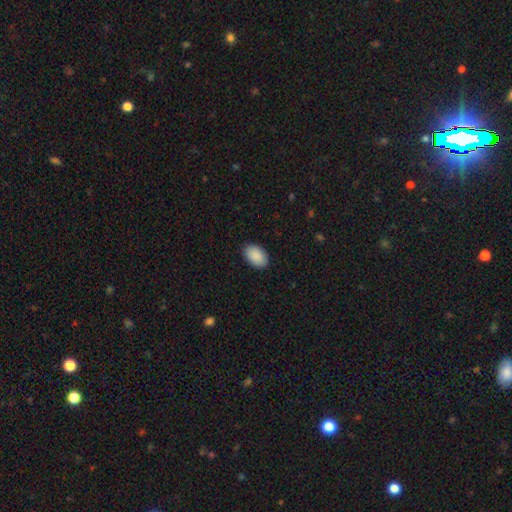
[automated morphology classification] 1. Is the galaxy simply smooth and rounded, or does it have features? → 91% smooth, 6% star or artifact, 3% featured or disk.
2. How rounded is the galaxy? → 92% in between, 7% round, 1% cigar-shaped.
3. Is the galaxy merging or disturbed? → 89% none, 9% minor disturbance, 2% major disturbance, 1% merger.